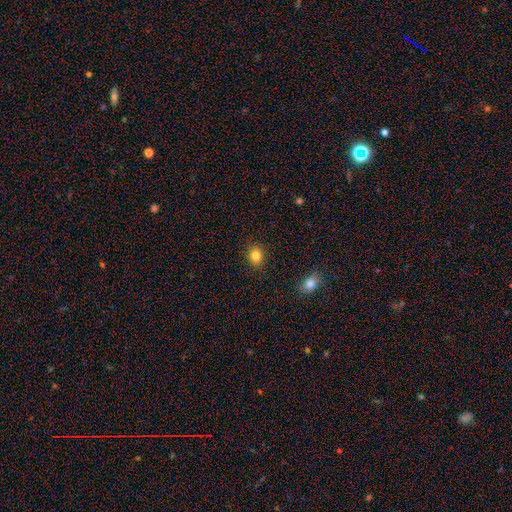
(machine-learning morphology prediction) Smooth or featured: smooth — 83% (star or artifact — 11%)
How rounded: round — 56% (in between — 43%)
Merging: none — 89% (minor disturbance — 8%)